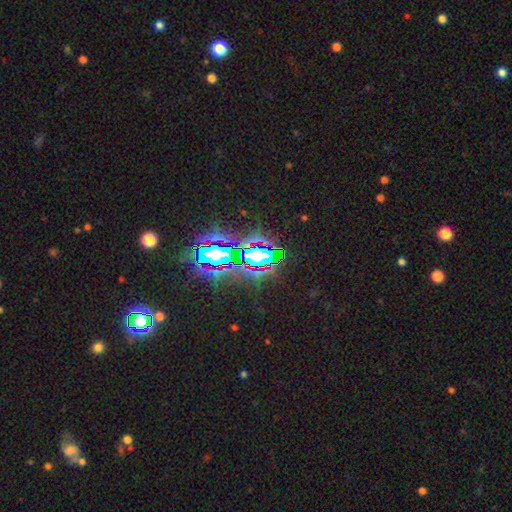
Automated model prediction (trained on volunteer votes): Overall: star or artifact (74%).